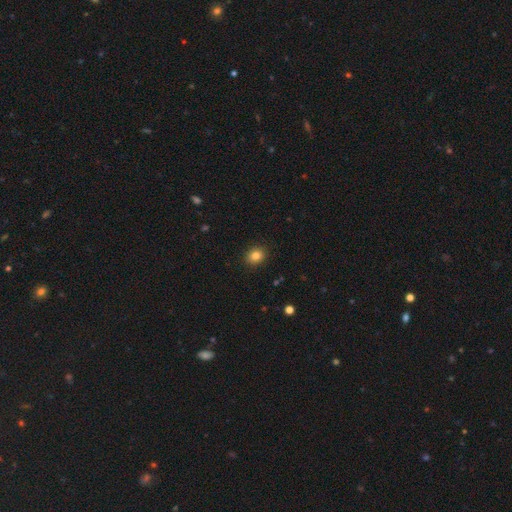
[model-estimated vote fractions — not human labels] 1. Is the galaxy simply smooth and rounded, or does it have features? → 83% smooth, 11% star or artifact, 6% featured or disk.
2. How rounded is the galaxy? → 62% round, 37% in between, 1% cigar-shaped.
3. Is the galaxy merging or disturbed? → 91% none, 7% minor disturbance, 2% major disturbance, 1% merger.